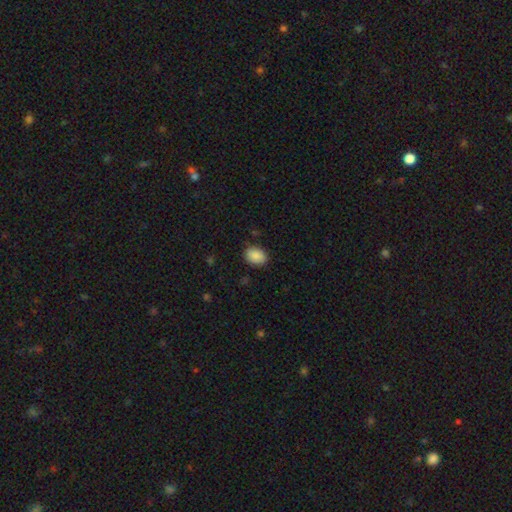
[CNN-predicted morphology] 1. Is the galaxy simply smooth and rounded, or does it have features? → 88% smooth, 7% star or artifact, 4% featured or disk.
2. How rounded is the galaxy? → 66% in between, 33% round, 1% cigar-shaped.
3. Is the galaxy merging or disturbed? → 85% none, 12% minor disturbance, 3% major disturbance, 1% merger.